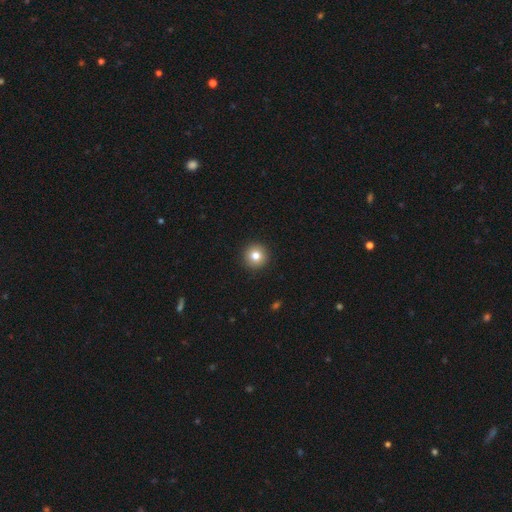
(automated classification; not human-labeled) Smooth or featured? smooth (81%)
How rounded? round (96%)
Merging? none (93%)